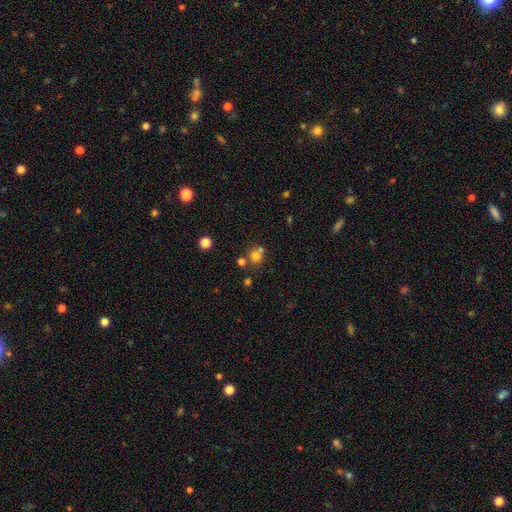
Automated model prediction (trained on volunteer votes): Overall: smooth (71%). How rounded: round (86%). Merging: none (55%; merger 33%).